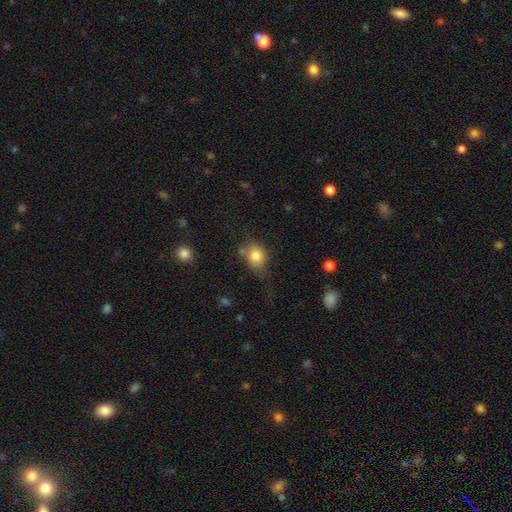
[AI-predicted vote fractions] smooth 80%, star or artifact 10%, featured or disk 9%. Down the decision tree: how rounded — round (58%); merging — none (58%).